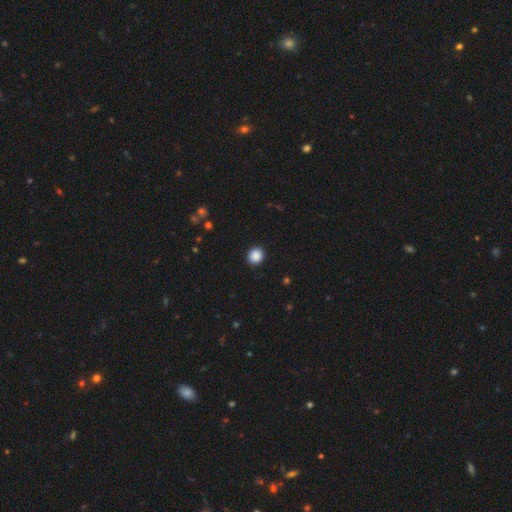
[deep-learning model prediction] A smooth galaxy with no disk features (88%) that is round (83%).

Vote fractions:
- Smooth or featured? smooth: 88% / star or artifact: 9% / featured or disk: 3%
- How rounded? round: 83% / in between: 16% / cigar-shaped: 1%
- Merging? none: 92% / minor disturbance: 6% / major disturbance: 2% / merger: 1%